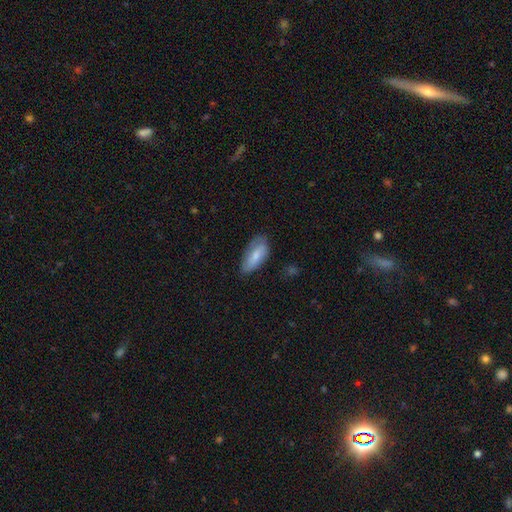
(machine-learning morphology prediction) Smooth or featured?
  - smooth: 72% *
  - featured or disk: 22%
  - star or artifact: 6%
How rounded?
  - in between: 86% *
  - cigar-shaped: 11%
  - round: 2%
Merging?
  - none: 69% *
  - minor disturbance: 24%
  - major disturbance: 6%
  - merger: 2%